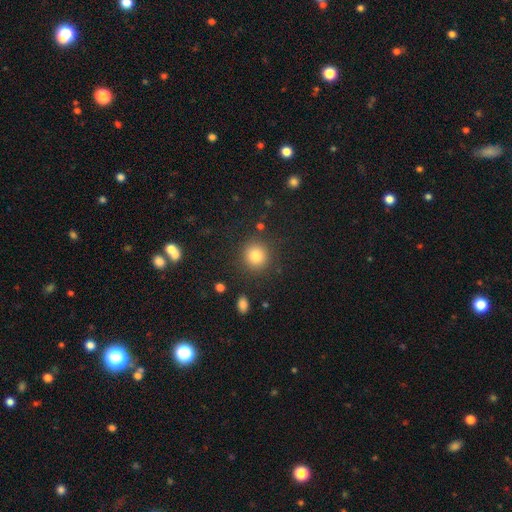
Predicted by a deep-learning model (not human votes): smooth-or-featured: smooth: 82% | star or artifact: 11% | featured or disk: 7%
  how-rounded: round: 91% | in between: 8% | cigar-shaped: 1%
  merging: none: 88% | minor disturbance: 7% | major disturbance: 3% | merger: 2%